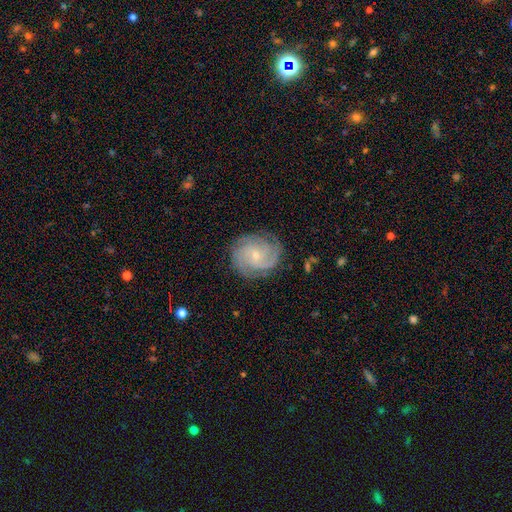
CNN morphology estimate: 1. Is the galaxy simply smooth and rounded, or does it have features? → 84% featured or disk, 10% smooth, 6% star or artifact.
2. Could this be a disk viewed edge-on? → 98% no, 2% yes.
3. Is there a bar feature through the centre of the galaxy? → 67% no, 29% weak, 5% strong.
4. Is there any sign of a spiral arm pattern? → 97% yes, 3% no.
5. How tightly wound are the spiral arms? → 63% tight, 31% medium, 6% loose.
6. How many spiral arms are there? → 33% 3, 19% can't tell, 19% 2, 16% 4, 6% more than 4, 6% 1.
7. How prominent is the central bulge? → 77% small, 19% moderate, 2% none, 1% large, 1% dominant.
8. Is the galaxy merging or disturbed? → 81% none, 14% minor disturbance, 4% major disturbance, 1% merger.